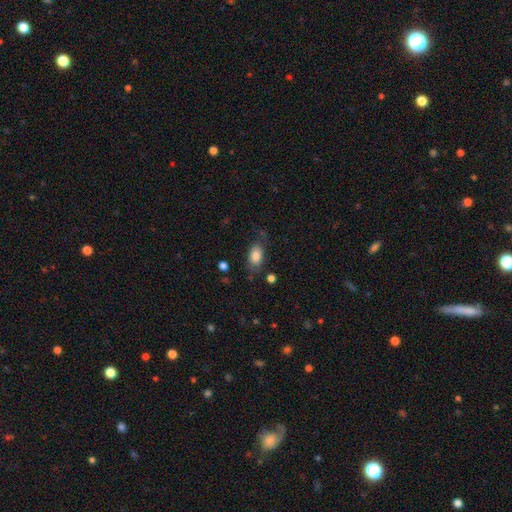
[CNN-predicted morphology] Overall: smooth (83%). How rounded: in between (90%). Merging: none (69%).